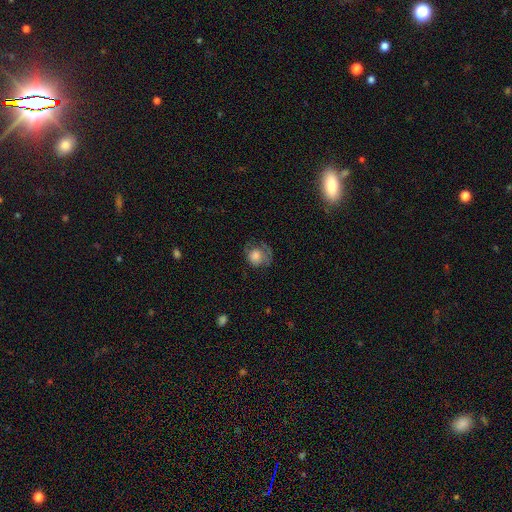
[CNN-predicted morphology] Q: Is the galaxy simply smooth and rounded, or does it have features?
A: smooth — 62%.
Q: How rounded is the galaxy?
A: round — 76%.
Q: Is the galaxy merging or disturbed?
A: none — 49%.